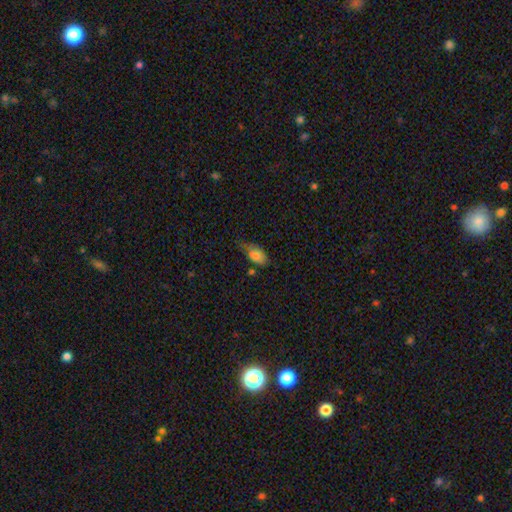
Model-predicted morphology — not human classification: The model was most divided on "merging" (2-way tie): none: 41%, minor disturbance: 41%, major disturbance: 13%, merger: 5%. More confident: how rounded — in between (90%); smooth or featured — smooth (79%).